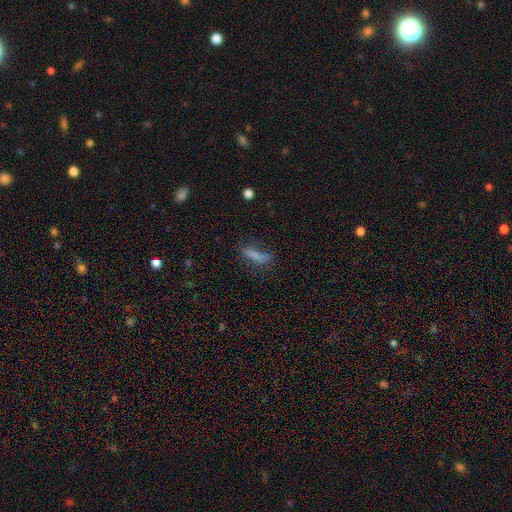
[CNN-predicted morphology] smooth_or_featured: smooth (p=0.71) [alt: featured or disk p=0.17]
how_rounded: cigar-shaped (p=0.60) [alt: in between p=0.37]
merging: none (p=0.50) [alt: minor disturbance p=0.26]